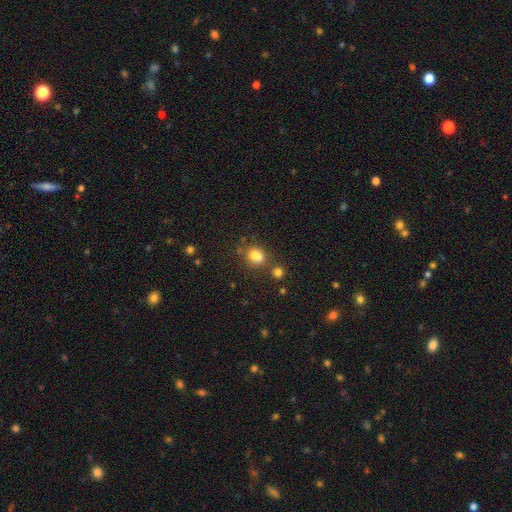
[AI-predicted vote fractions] Smooth or featured? smooth (78%)
How rounded? round (59%)
Merging? none (55%)